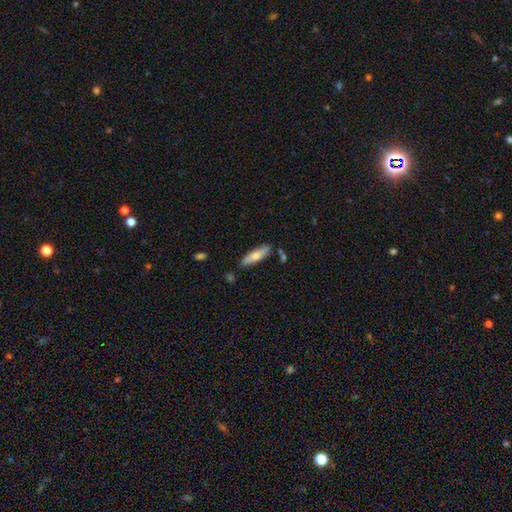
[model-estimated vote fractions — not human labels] Smooth or featured? Predicted: smooth (p=0.70). How rounded? Predicted: cigar-shaped (p=0.56). Merging? Predicted: none (p=0.80).